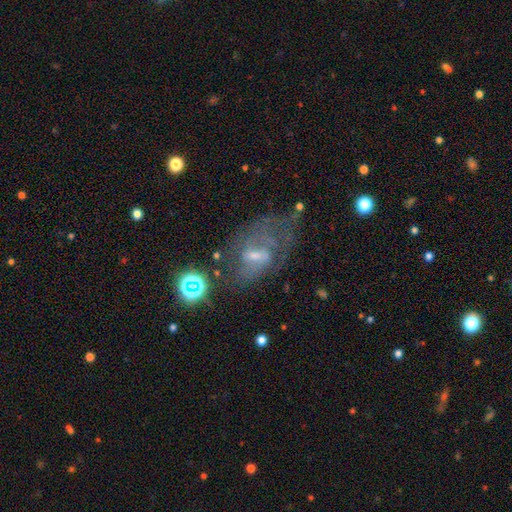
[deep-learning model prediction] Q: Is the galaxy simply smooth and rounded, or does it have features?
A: featured or disk — 66%.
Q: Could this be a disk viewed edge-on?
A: no — 95%.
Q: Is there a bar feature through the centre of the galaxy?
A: weak — 51%.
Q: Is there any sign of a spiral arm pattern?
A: yes — 64%.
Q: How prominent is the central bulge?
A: small — 52%.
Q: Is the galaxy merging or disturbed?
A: none — 39%.